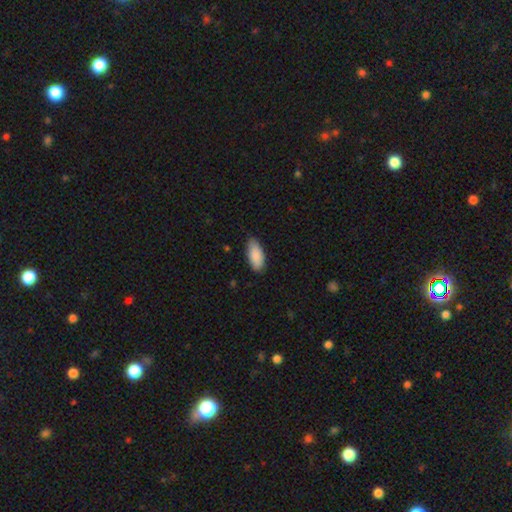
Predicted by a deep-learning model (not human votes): This is clearly a smooth galaxy (89%). How rounded: clearly in between (89%). Merging: clearly none (82%).